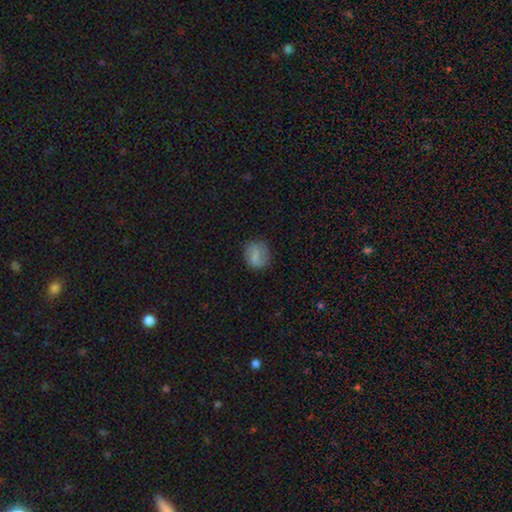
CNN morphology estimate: A smooth galaxy with no disk features (69%) that is round (68%).

Vote fractions:
- Smooth or featured? smooth: 69% / featured or disk: 21% / star or artifact: 9%
- How rounded? round: 68% / in between: 31% / cigar-shaped: 1%
- Merging? none: 73% / minor disturbance: 19% / major disturbance: 7% / merger: 1%